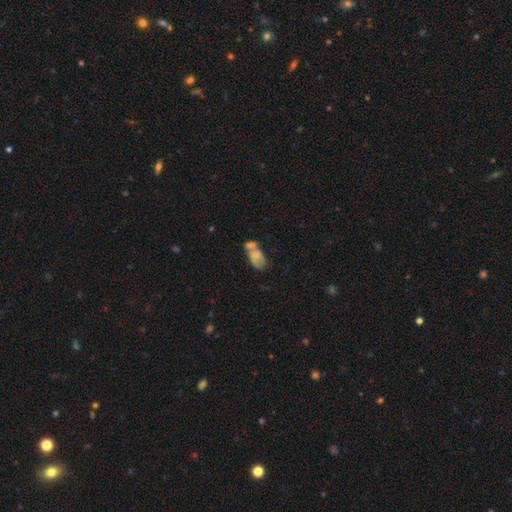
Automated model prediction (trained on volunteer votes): Smooth or featured: smooth — 52% (featured or disk — 38%)
How rounded: in between — 90% (round — 7%)
Merging: merger — 52% (none — 21%)